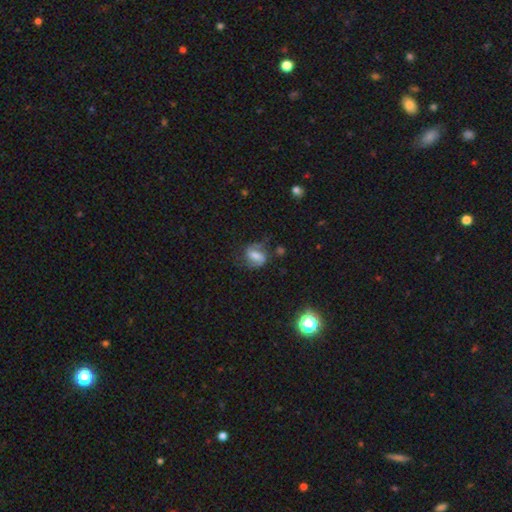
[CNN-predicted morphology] Smooth or featured? featured or disk (49%)
Merging? none (53%)